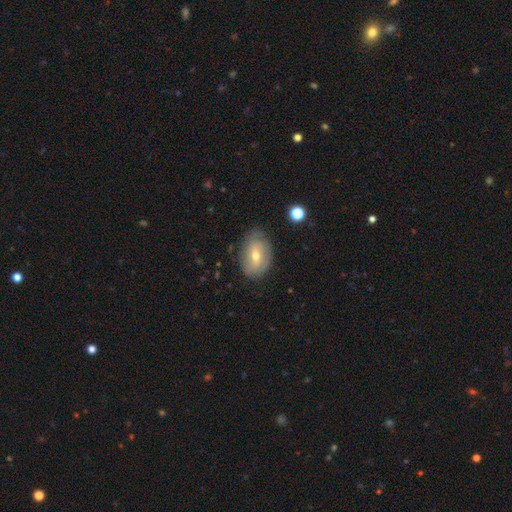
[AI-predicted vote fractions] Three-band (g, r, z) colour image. It shows a featured or disk galaxy (51%). Merging: none (72%).